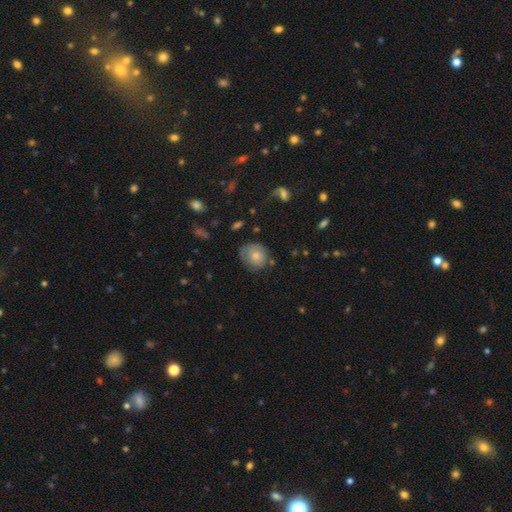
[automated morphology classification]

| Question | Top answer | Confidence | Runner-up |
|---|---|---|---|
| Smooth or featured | smooth | 63% | featured or disk (29%) |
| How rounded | round | 75% | in between (24%) |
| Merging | none | 63% | minor disturbance (24%) |